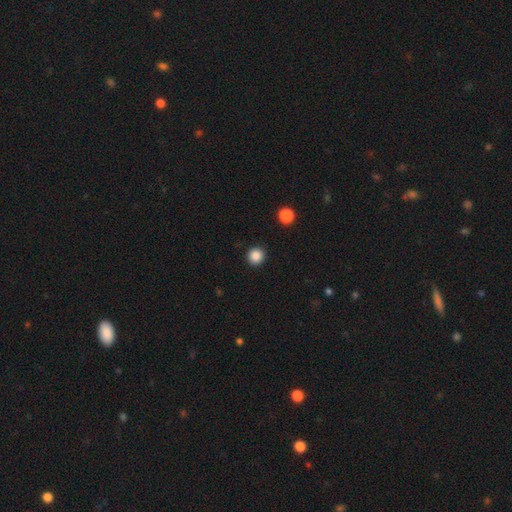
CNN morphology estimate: smooth_or_featured: smooth (p=0.87) [alt: star or artifact p=0.11]
how_rounded: round (p=0.93) [alt: in between p=0.06]
merging: none (p=0.92) [alt: minor disturbance p=0.05]